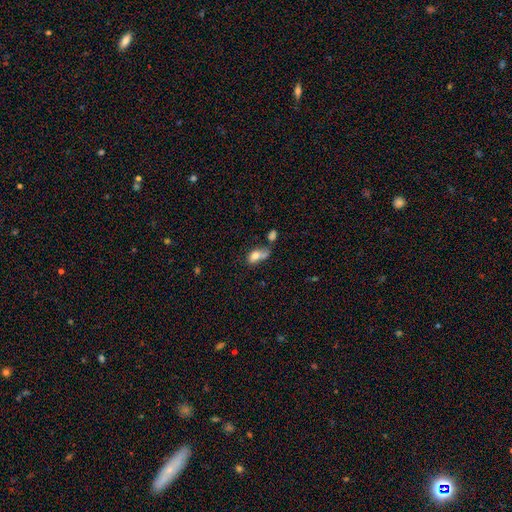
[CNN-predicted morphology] Smooth or featured? smooth (74%)
How rounded? in between (80%)
Merging? merger (42%)